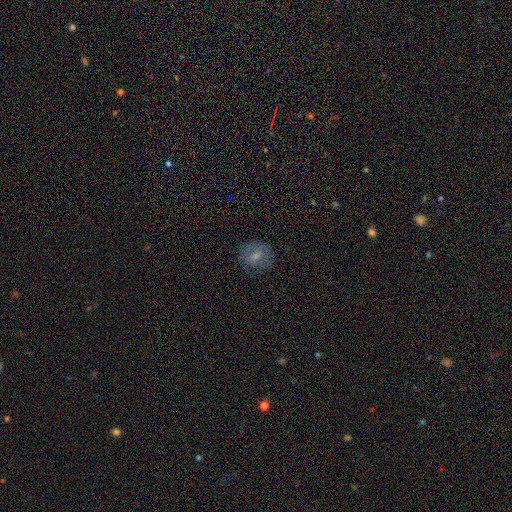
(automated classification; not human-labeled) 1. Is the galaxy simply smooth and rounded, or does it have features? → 59% smooth, 30% featured or disk, 11% star or artifact.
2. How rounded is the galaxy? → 69% round, 30% in between, 1% cigar-shaped.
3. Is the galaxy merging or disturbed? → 71% none, 19% minor disturbance, 9% major disturbance, 1% merger.